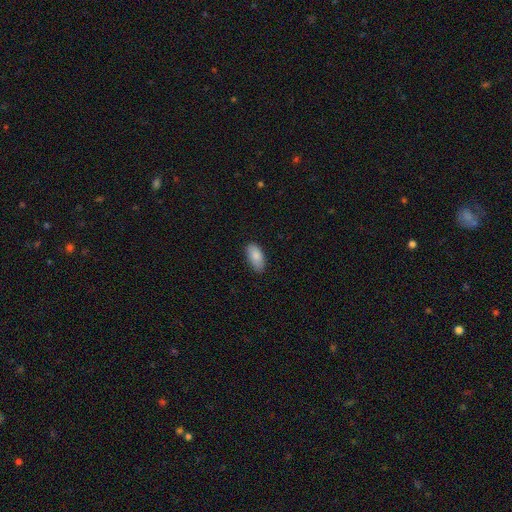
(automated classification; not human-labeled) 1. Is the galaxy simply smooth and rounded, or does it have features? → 87% smooth, 7% featured or disk, 6% star or artifact.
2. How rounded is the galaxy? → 93% in between, 5% cigar-shaped, 2% round.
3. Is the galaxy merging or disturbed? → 82% none, 15% minor disturbance, 2% major disturbance, 1% merger.